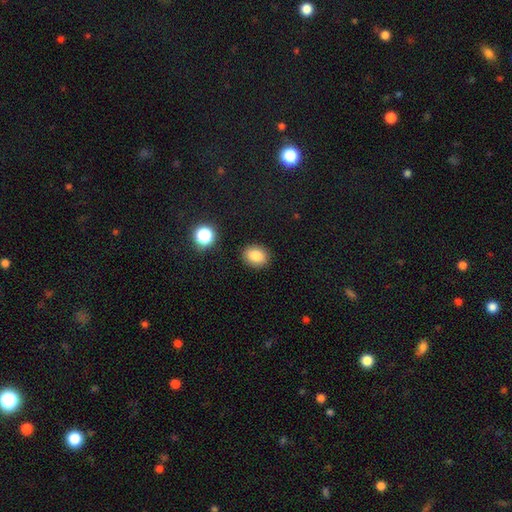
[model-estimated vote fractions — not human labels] Smooth or featured? smooth (84%)
How rounded? round (54%)
Merging? none (87%)